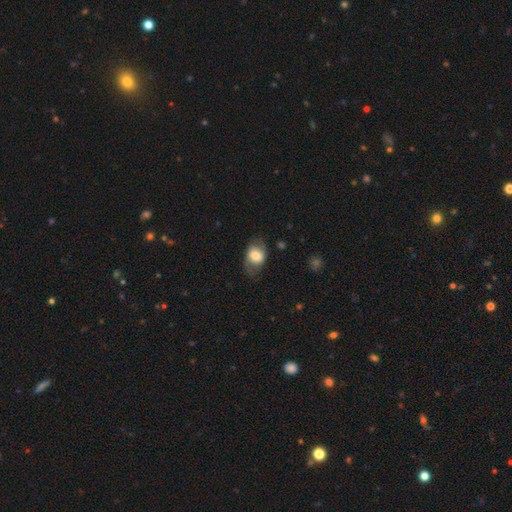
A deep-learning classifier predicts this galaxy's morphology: Q: Smooth or featured?
A: smooth (63%); runner-up: featured or disk (29%)
Q: How rounded?
A: in between (68%); runner-up: round (31%)
Q: Merging?
A: none (63%); runner-up: minor disturbance (23%)